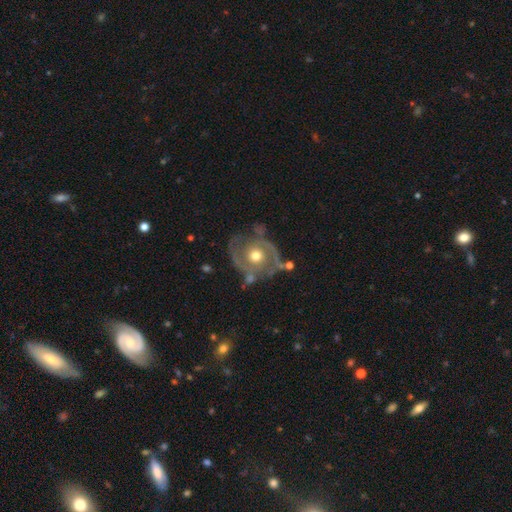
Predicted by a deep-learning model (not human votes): A featured or disk galaxy (81%) with no bar (81%), 2 (72%) tight (42%) spiral arms (81%) and a moderate central bulge (78%). Merging: none (62%).